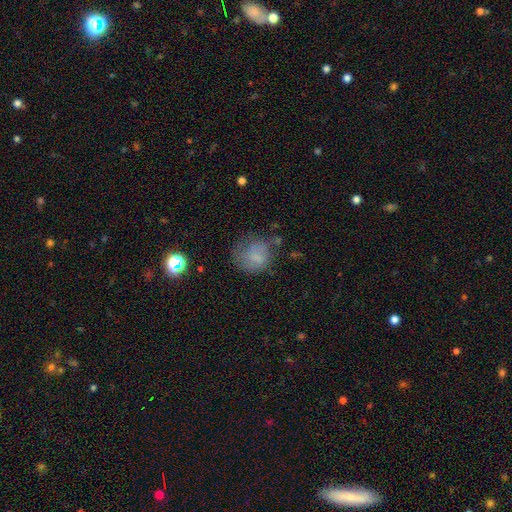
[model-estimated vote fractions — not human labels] This is likely a smooth galaxy (65%). How rounded: likely round (73%). Merging: possibly none (47%).